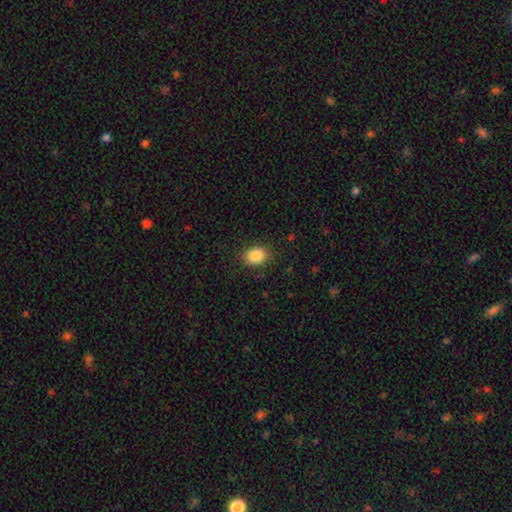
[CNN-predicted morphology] The model was most divided on "how rounded": in between: 60%, round: 39%, cigar-shaped: 1%. More confident: merging — none (86%); smooth or featured — smooth (86%).